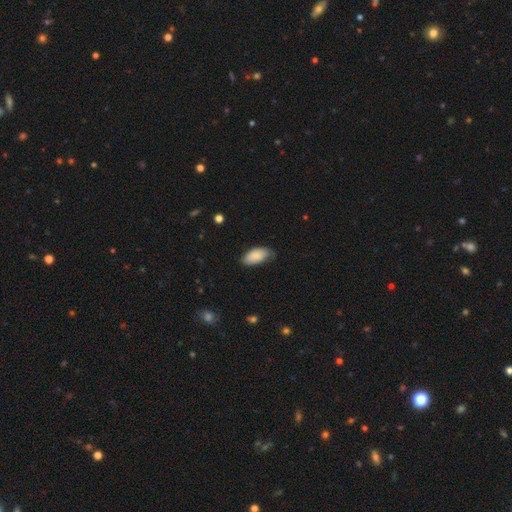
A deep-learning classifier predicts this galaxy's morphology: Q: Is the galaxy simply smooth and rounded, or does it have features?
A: smooth — 85%.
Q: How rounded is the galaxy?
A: in between — 93%.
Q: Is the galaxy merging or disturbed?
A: none — 63%.